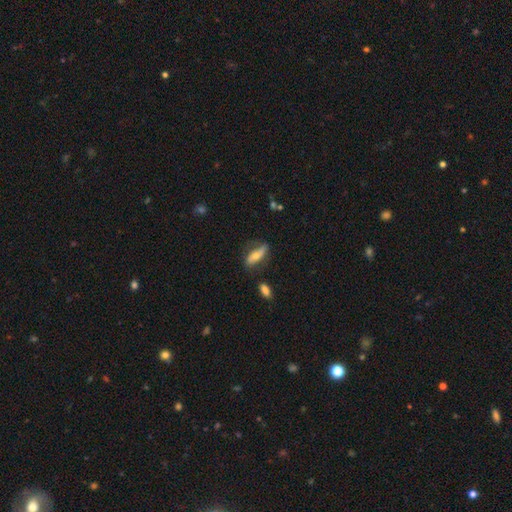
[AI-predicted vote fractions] The model was most divided on "smooth or featured": smooth: 51%, featured or disk: 42%, star or artifact: 7%. More confident: merging — none (65%); how rounded — in between (53%).